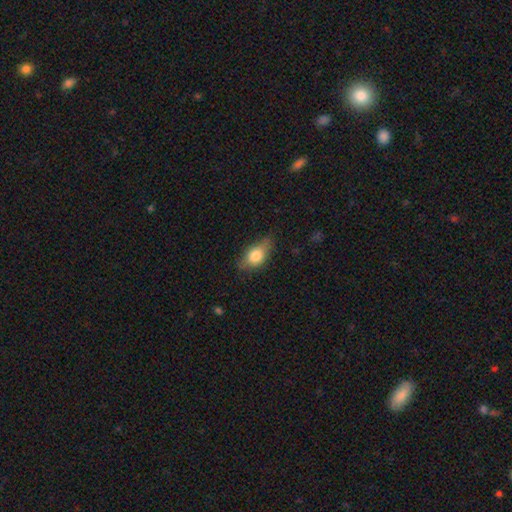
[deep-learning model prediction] Smooth or featured? Predicted: smooth (p=0.76). How rounded? Predicted: in between (p=0.82). Merging? Predicted: none (p=0.60).